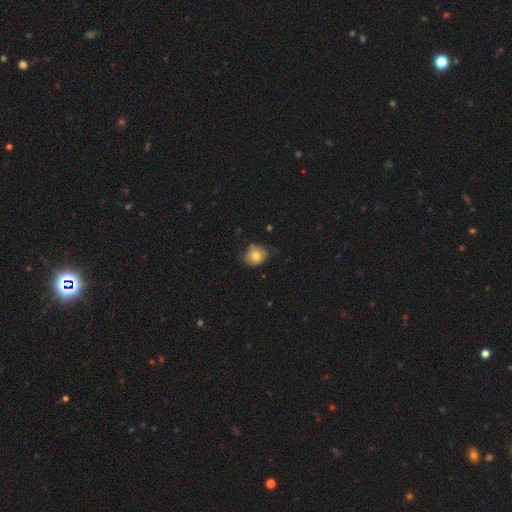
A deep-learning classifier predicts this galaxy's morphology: Overall: smooth (74%). How rounded: round (62%; in between 37%). Merging: none (69%).